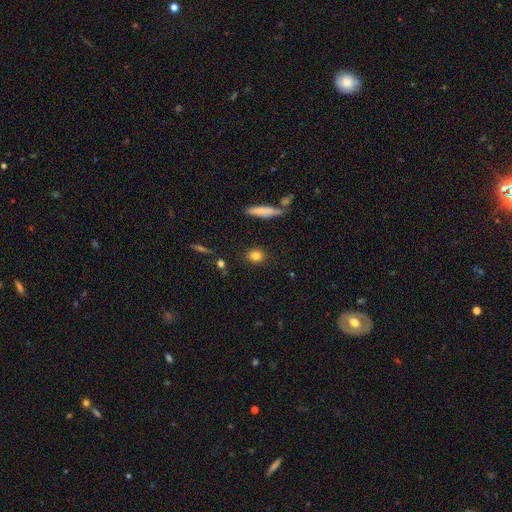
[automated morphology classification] Q: Smooth or featured?
A: smooth (81%); runner-up: star or artifact (10%)
Q: How rounded?
A: round (62%); runner-up: in between (33%)
Q: Merging?
A: none (86%); runner-up: minor disturbance (9%)